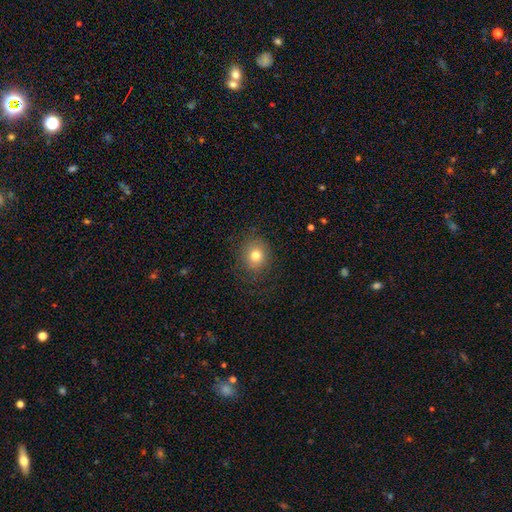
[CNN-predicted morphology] Q: Smooth or featured?
A: smooth (77%); runner-up: star or artifact (13%)
Q: How rounded?
A: round (77%); runner-up: in between (22%)
Q: Merging?
A: none (82%); runner-up: minor disturbance (12%)